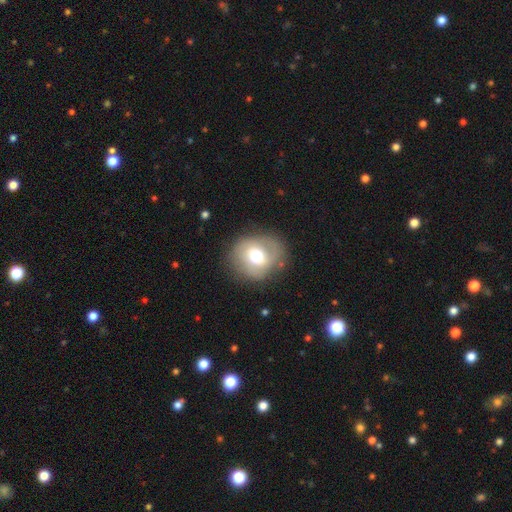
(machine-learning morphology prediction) smooth_or_featured: smooth (p=0.49) [alt: featured or disk p=0.42]
merging: none (p=0.75) [alt: minor disturbance p=0.16]